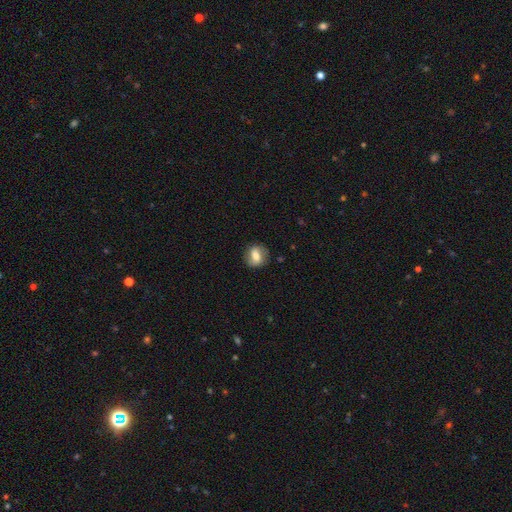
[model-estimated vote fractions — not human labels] Q: Smooth or featured?
A: smooth (64%); runner-up: featured or disk (28%)
Q: How rounded?
A: round (51%); runner-up: in between (46%)
Q: Merging?
A: none (79%); runner-up: minor disturbance (15%)